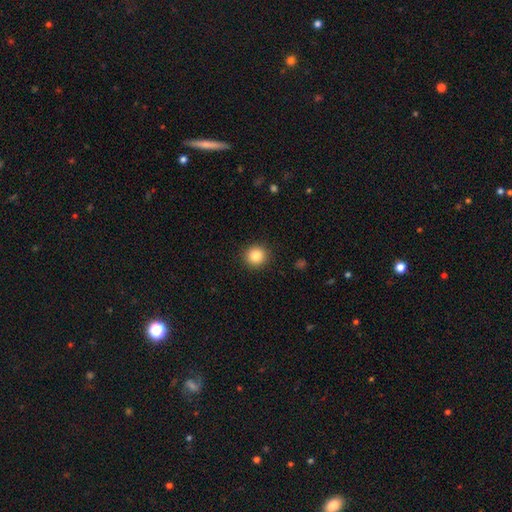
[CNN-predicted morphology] This is clearly a smooth galaxy (84%). How rounded: clearly round (93%). Merging: clearly none (92%).